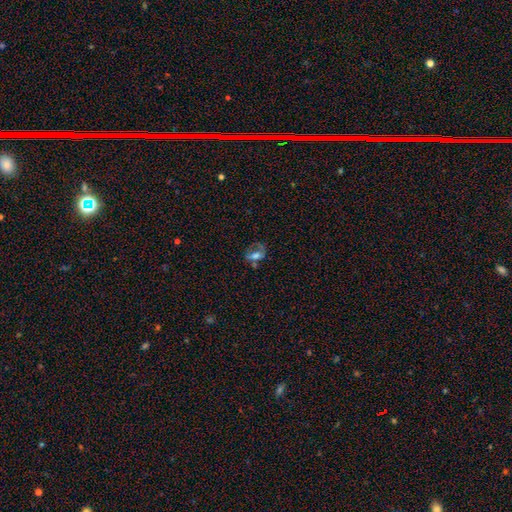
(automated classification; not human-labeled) Overall: smooth (48%; featured or disk 37%). Merging: none (33%; major disturbance 29%).